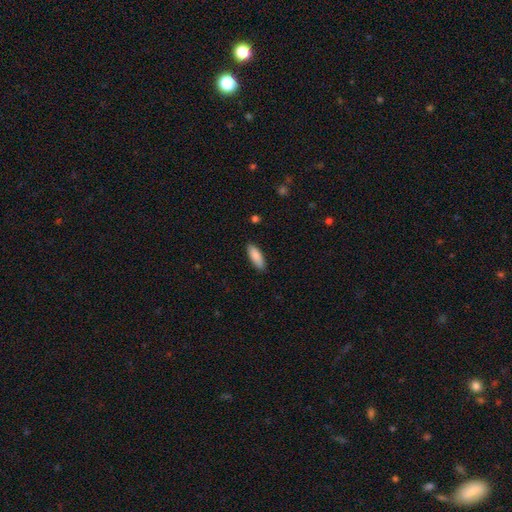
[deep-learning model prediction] This is clearly a smooth galaxy (89%). How rounded: likely in between (63%). Merging: clearly none (88%).